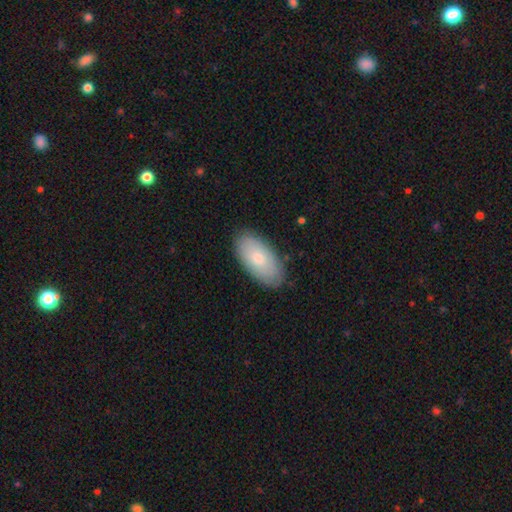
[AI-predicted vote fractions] Smooth or featured: smooth — 72% (featured or disk — 20%)
How rounded: in between — 94% (cigar-shaped — 3%)
Merging: none — 87% (minor disturbance — 10%)